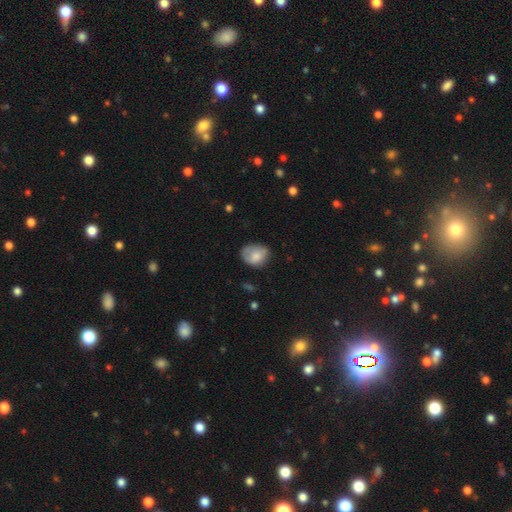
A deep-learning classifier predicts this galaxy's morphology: Smooth or featured: smooth — 74% (featured or disk — 19%)
How rounded: in between — 52% (round — 47%)
Merging: none — 55% (minor disturbance — 33%)